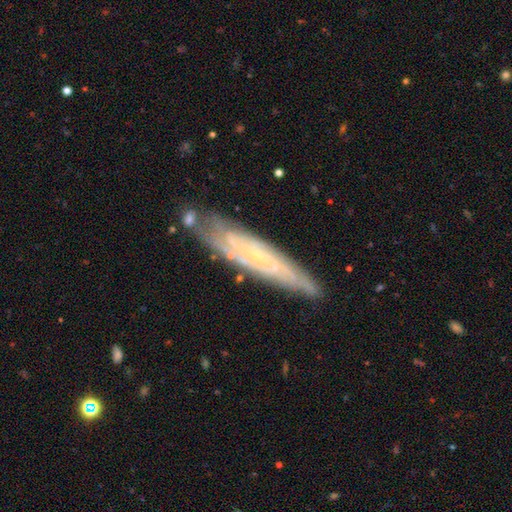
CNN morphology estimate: Smooth or featured: featured or disk — 75% (smooth — 18%)
Edge-on disk: no — 57% (yes — 43%)
Merging: none — 76% (minor disturbance — 17%)